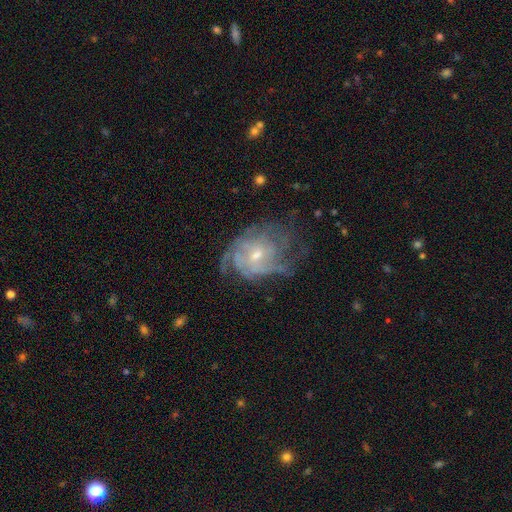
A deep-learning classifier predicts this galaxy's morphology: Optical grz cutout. It shows a featured or disk galaxy (79%) with no bar (59%), tight (48%) spiral arms (84%) and a small central bulge (59%). Merging: none (49%).